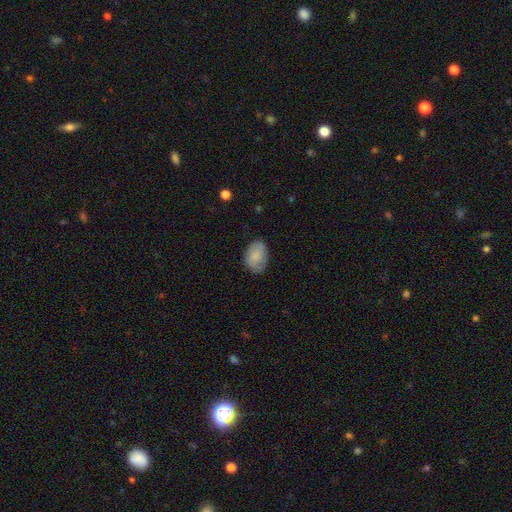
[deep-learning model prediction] A smooth galaxy with no disk features (79%) that is in between round and cigar-shaped (85%).

Vote fractions:
- Smooth or featured? smooth: 79% / featured or disk: 15% / star or artifact: 7%
- How rounded? in between: 85% / round: 13% / cigar-shaped: 1%
- Merging? none: 75% / minor disturbance: 19% / major disturbance: 4% / merger: 1%